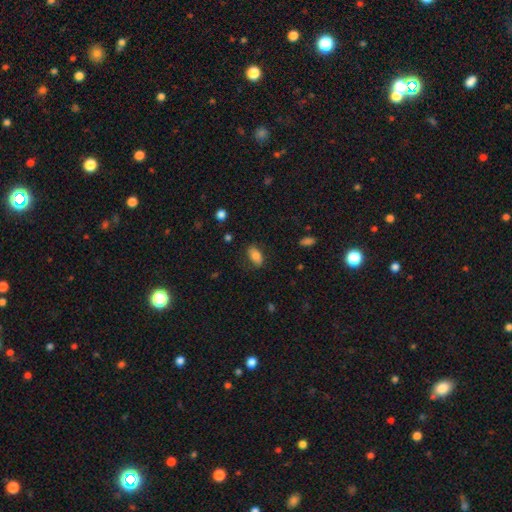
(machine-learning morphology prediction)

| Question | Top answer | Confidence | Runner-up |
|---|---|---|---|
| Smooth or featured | smooth | 79% | featured or disk (13%) |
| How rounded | in between | 90% | round (6%) |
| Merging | none | 77% | minor disturbance (17%) |